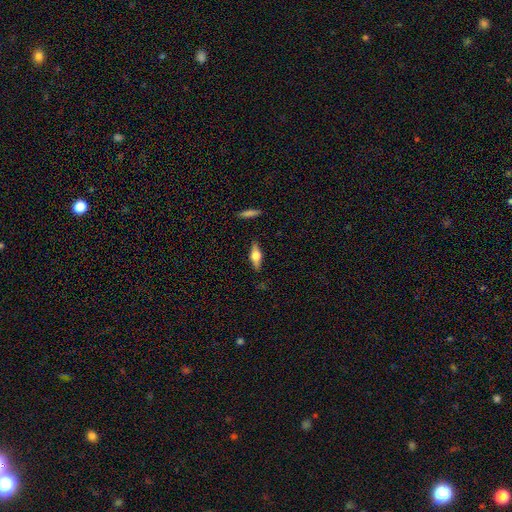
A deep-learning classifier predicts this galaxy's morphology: A featured or disk galaxy (54%) viewed edge-on (93%) with a rounded central bulge (92%).

Vote fractions:
- Smooth or featured? featured or disk: 54% / smooth: 39% / star or artifact: 7%
- Edge-on disk? yes: 93% / no: 7%
- Edge-on bulge? rounded: 92% / boxy: 6% / none: 2%
- Merging? none: 85% / minor disturbance: 11% / major disturbance: 3% / merger: 2%